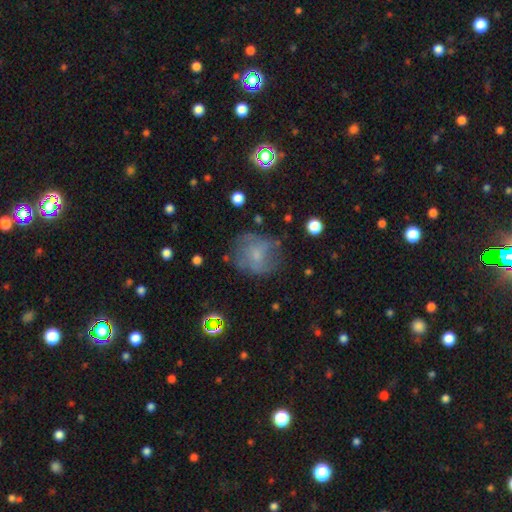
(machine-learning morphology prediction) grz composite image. It shows a smooth galaxy with no disk features (49%). Merging: none (61%).